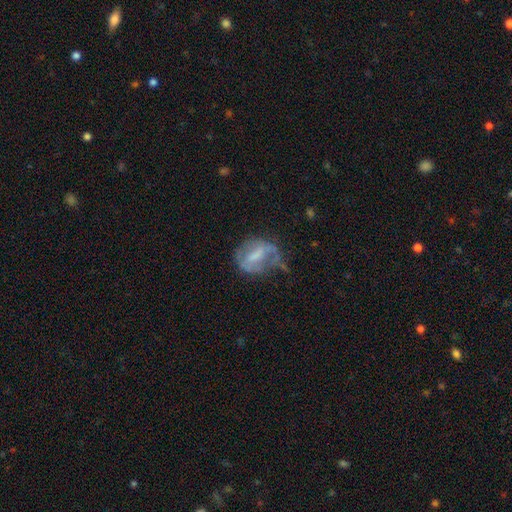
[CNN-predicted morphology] type=featured or disk (57%); edge-on=no (95%); bar=weak (41%); spiral arms=no (52%); bulge=none (35%); merging=none (40%).